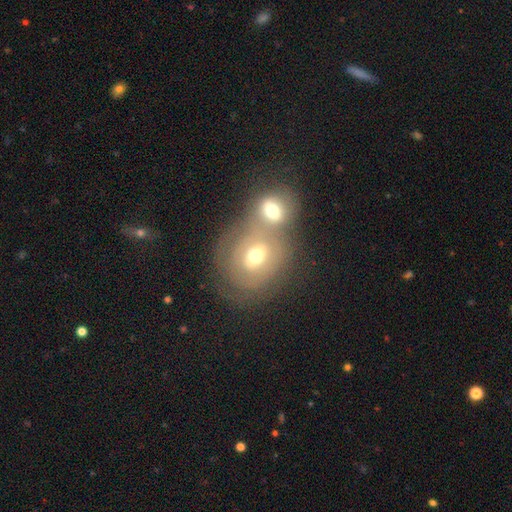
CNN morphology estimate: Smooth or featured? Predicted: smooth (p=0.50). How rounded? Predicted: round (p=0.57). Merging? Predicted: merger (p=0.65).